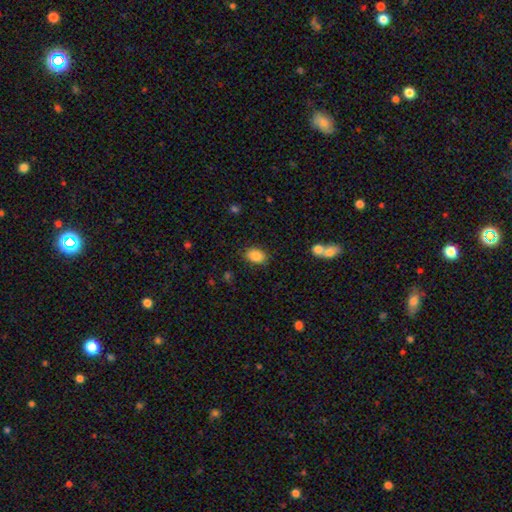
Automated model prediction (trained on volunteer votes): smooth-or-featured: smooth: 86% | star or artifact: 8% | featured or disk: 6%
  how-rounded: in between: 82% | round: 17% | cigar-shaped: 1%
  merging: none: 83% | minor disturbance: 12% | major disturbance: 3% | merger: 2%